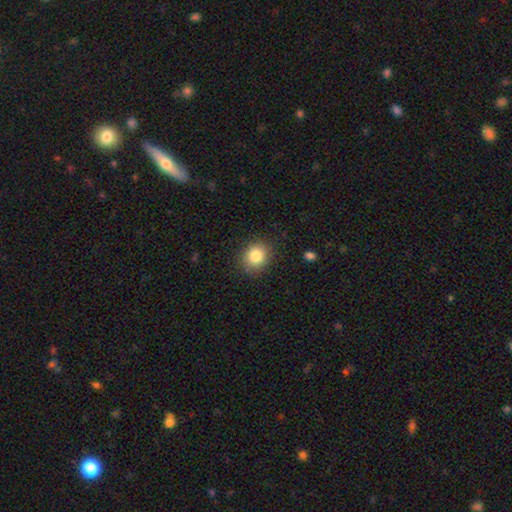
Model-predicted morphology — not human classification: Overall: smooth (84%). How rounded: round (76%). Merging: none (87%).